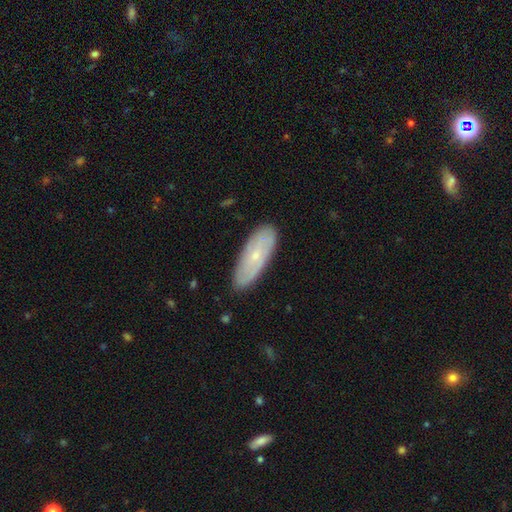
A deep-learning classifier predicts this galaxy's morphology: Q: Smooth or featured?
A: featured or disk (49%); runner-up: smooth (45%)
Q: Merging?
A: none (85%); runner-up: minor disturbance (12%)